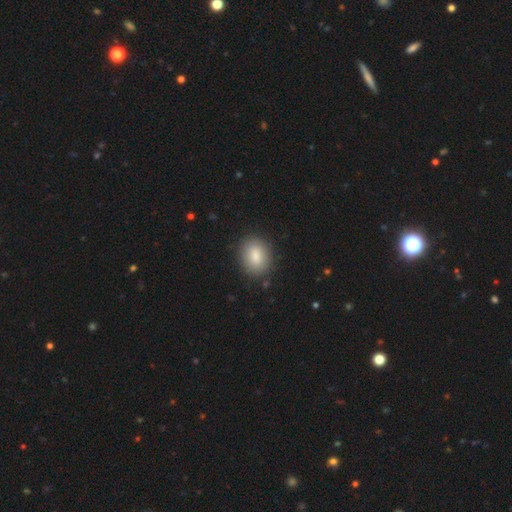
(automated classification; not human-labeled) smooth_or_featured: smooth (p=0.85) [alt: featured or disk p=0.07]
how_rounded: in between (p=0.60) [alt: round p=0.38]
merging: none (p=0.87) [alt: minor disturbance p=0.09]